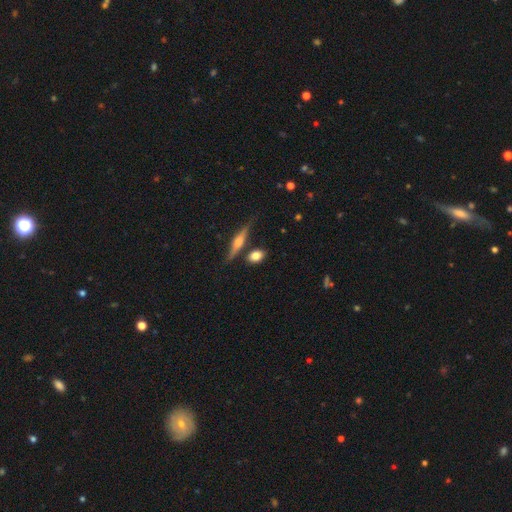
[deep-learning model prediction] A smooth galaxy with no disk features (73%) that is in between round and cigar-shaped (66%).

Vote fractions:
- Smooth or featured? smooth: 73% / featured or disk: 19% / star or artifact: 8%
- How rounded? in between: 66% / round: 24% / cigar-shaped: 11%
- Merging? none: 72% / minor disturbance: 13% / merger: 11% / major disturbance: 4%